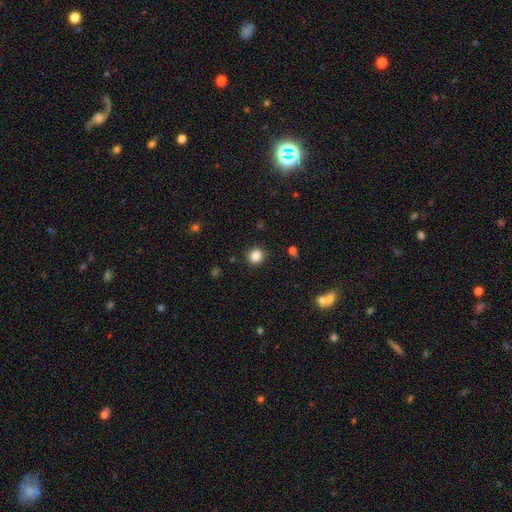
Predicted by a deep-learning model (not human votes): Morphology: type=smooth (85%); roundness=round (91%); merging=none (90%).